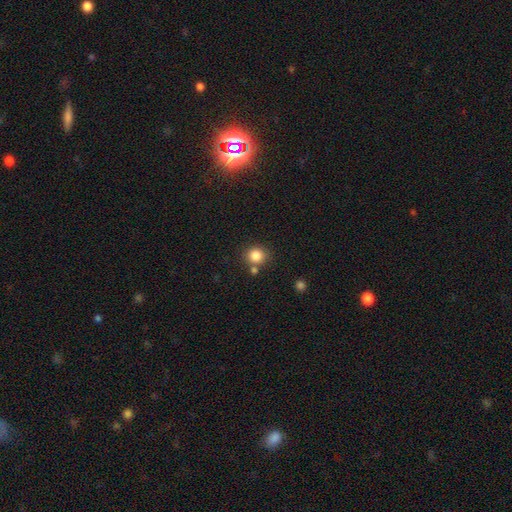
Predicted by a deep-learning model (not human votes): The model was most divided on "merging": none: 73%, merger: 14%, minor disturbance: 10%, major disturbance: 3%. More confident: how rounded — round (85%); smooth or featured — smooth (84%).